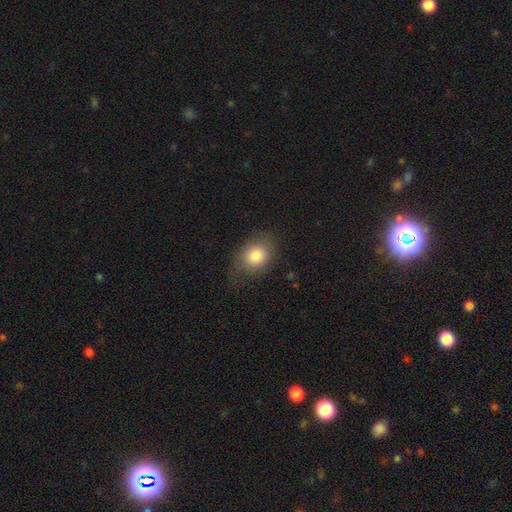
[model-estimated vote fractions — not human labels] Smooth or featured? smooth (80%)
How rounded? in between (50%)
Merging? none (70%)